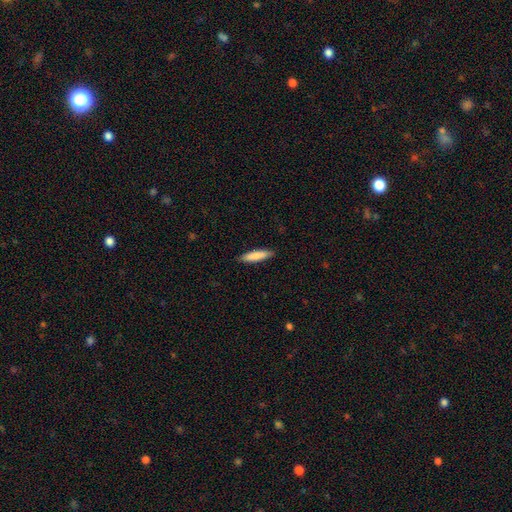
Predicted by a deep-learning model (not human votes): Smooth or featured: smooth — 84% (featured or disk — 10%)
How rounded: cigar-shaped — 75% (in between — 24%)
Merging: none — 89% (minor disturbance — 9%)